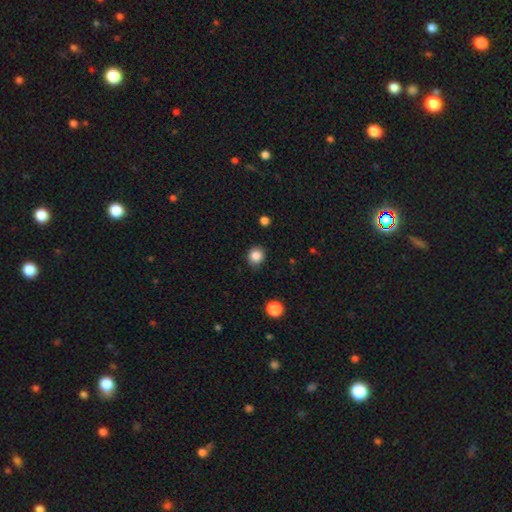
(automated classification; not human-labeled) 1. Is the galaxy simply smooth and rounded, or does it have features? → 85% smooth, 11% star or artifact, 4% featured or disk.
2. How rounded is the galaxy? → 81% round, 19% in between, 1% cigar-shaped.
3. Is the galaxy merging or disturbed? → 88% none, 9% minor disturbance, 2% major disturbance, 1% merger.